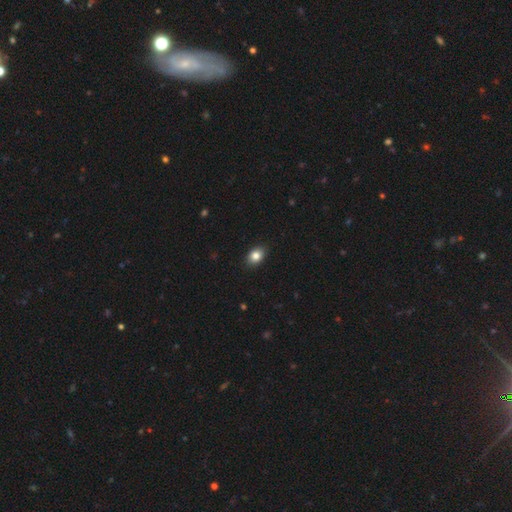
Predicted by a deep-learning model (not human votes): A smooth galaxy with no disk features (84%) that is in between round and cigar-shaped (74%). Merging: none (90%).